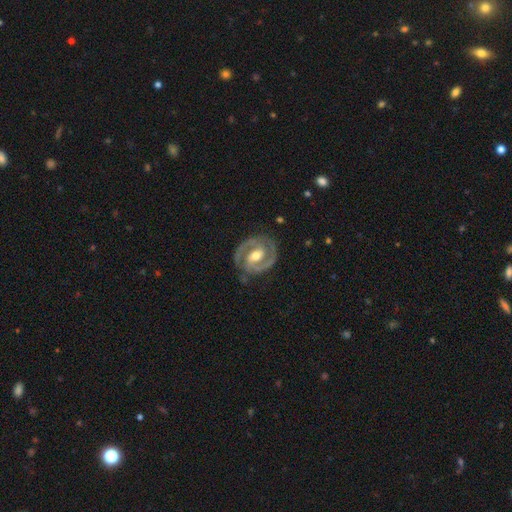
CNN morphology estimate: A featured or disk galaxy (92%) with a weak bar (41%), 2 (93%) tight (55%) spiral arms (97%) and a moderate central bulge (70%). Merging: none (82%).